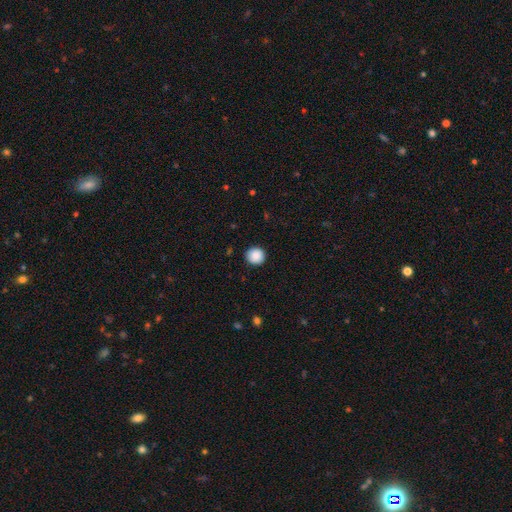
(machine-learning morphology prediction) smooth_or_featured: smooth (p=0.89) [alt: star or artifact p=0.08]
how_rounded: round (p=0.93) [alt: in between p=0.06]
merging: none (p=0.92) [alt: minor disturbance p=0.06]